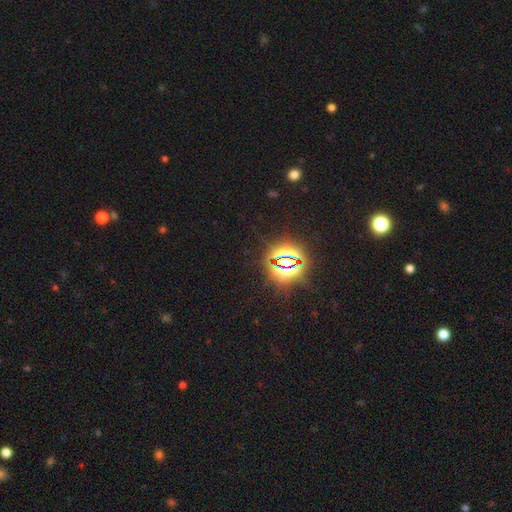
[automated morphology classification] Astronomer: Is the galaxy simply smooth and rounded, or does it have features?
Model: star or artifact — 83%.